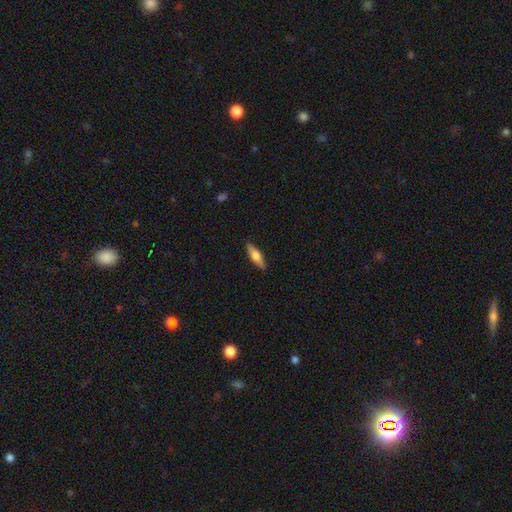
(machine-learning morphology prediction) smooth 57%, featured or disk 37%, star or artifact 6%. Down the decision tree: how rounded — cigar-shaped (59%); merging — none (89%).